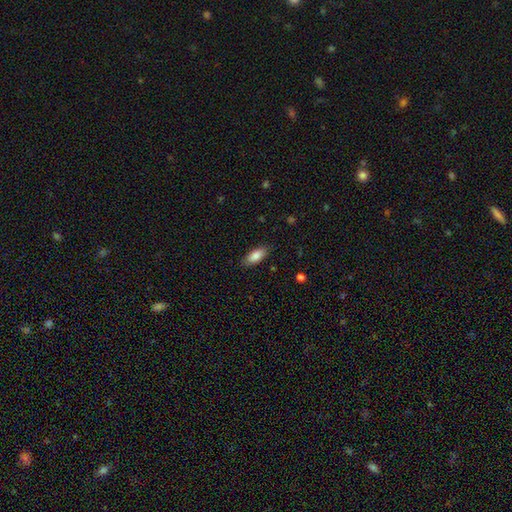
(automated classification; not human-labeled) This is clearly a smooth galaxy (83%). How rounded: clearly in between (81%). Merging: clearly none (85%).